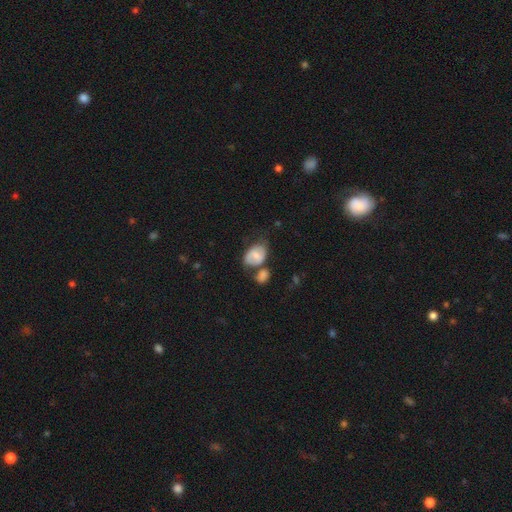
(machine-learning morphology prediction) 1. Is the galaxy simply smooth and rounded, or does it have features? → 58% smooth, 35% featured or disk, 7% star or artifact.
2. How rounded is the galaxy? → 78% in between, 21% round, 1% cigar-shaped.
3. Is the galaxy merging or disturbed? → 35% none, 34% merger, 20% minor disturbance, 11% major disturbance.